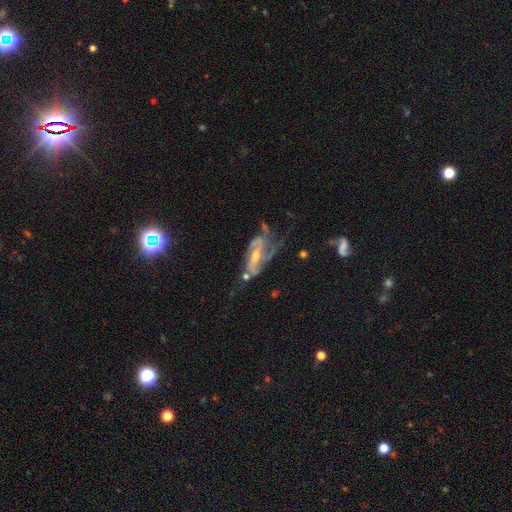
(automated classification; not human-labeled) A featured or disk galaxy (85%) with a weak bar (38%), 2 (51%) medium (44%) spiral arms (92%) and a moderate central bulge (48%). Merging: none (39%).